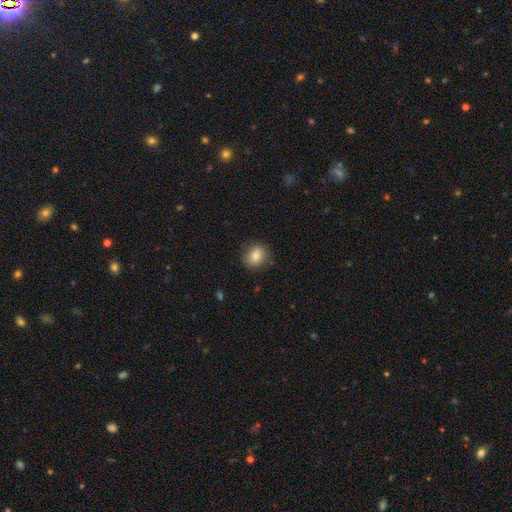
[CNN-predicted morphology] Q: Smooth or featured?
A: smooth (81%); runner-up: featured or disk (11%)
Q: How rounded?
A: round (64%); runner-up: in between (35%)
Q: Merging?
A: none (82%); runner-up: minor disturbance (13%)